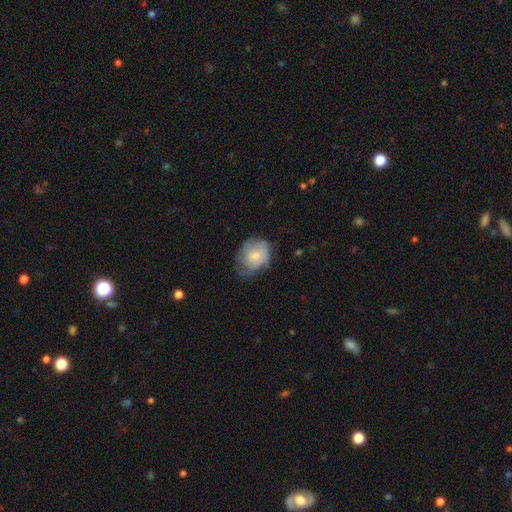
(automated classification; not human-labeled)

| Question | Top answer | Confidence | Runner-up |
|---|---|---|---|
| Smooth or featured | smooth | 66% | featured or disk (27%) |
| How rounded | round | 55% | in between (44%) |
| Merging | none | 44% | minor disturbance (38%) |